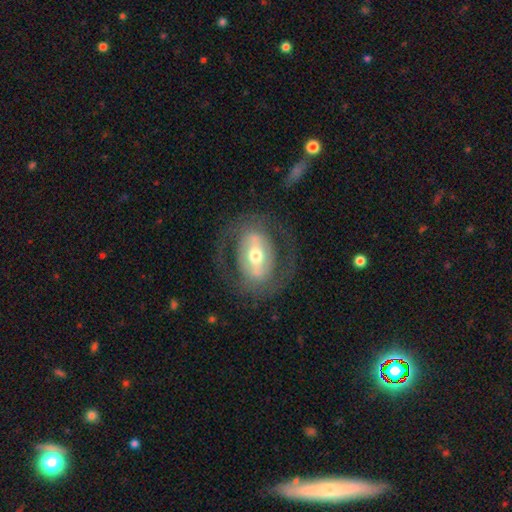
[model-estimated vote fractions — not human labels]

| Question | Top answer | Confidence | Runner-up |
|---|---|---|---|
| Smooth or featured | featured or disk | 74% | smooth (20%) |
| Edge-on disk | no | 91% | yes (9%) |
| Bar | strong | 53% | weak (27%) |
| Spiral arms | yes | 53% | no (47%) |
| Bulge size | moderate | 66% | small (22%) |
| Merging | none | 74% | major disturbance (13%) |